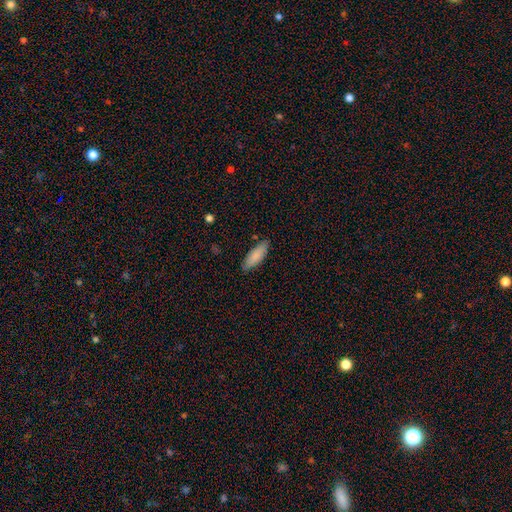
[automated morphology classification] type=smooth (86%); roundness=in between (60%); merging=none (85%).